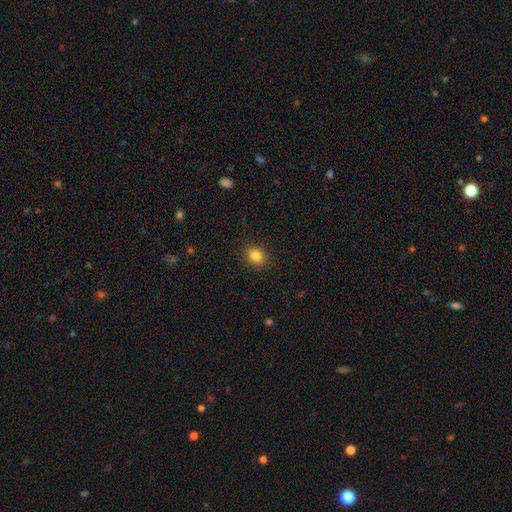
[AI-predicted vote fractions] Q: Smooth or featured?
A: smooth (84%); runner-up: star or artifact (11%)
Q: How rounded?
A: round (55%); runner-up: in between (44%)
Q: Merging?
A: none (90%); runner-up: minor disturbance (7%)